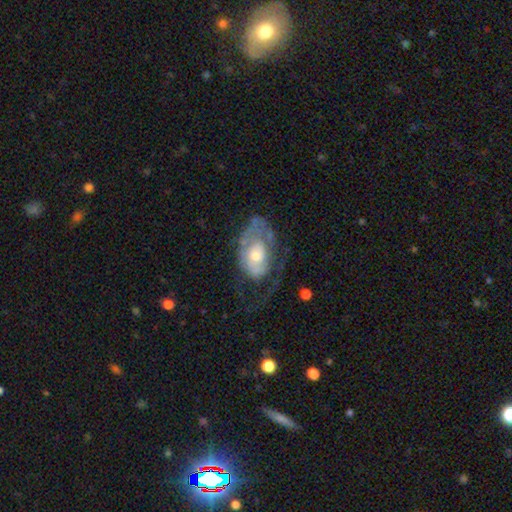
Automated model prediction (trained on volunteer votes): The model was most divided on "merging": major disturbance: 39%, none: 35%, minor disturbance: 24%, merger: 2%. More confident: edge-on disk — no (94%); bar — no (82%); smooth or featured — featured or disk (60%); spiral arms — yes (57%); bulge size — moderate (53%).